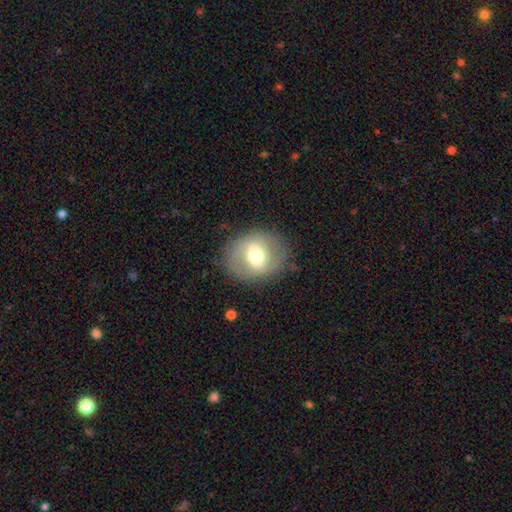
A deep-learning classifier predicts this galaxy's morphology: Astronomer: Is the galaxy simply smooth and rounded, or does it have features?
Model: featured or disk — 56% (runner-up: smooth, 37%).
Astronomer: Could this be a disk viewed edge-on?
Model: no — 94%.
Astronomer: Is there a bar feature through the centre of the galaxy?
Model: weak — 44% (runner-up: strong, 33%).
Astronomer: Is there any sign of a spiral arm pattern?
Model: yes — 50%, tied with no at 50%.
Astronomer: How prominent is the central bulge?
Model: moderate — 64%.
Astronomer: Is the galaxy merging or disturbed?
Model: none — 79%.